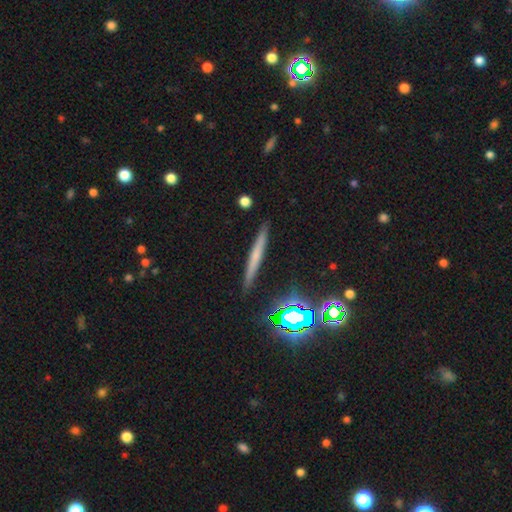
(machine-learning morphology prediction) smooth 47%, featured or disk 39%, star or artifact 14%. Down the decision tree: merging — none (90%).